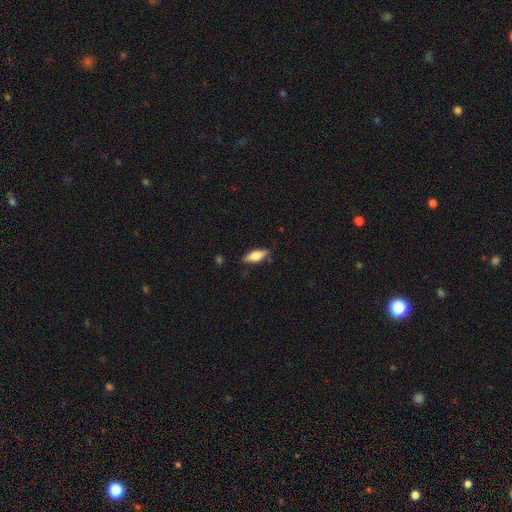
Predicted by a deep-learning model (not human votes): A smooth galaxy with no disk features (72%) that is in between round and cigar-shaped (70%).

Vote fractions:
- Smooth or featured? smooth: 72% / featured or disk: 22% / star or artifact: 6%
- How rounded? in between: 70% / cigar-shaped: 28% / round: 2%
- Merging? none: 81% / minor disturbance: 15% / major disturbance: 3% / merger: 2%